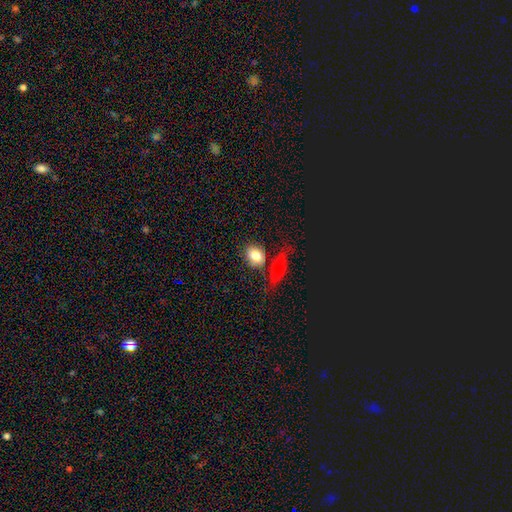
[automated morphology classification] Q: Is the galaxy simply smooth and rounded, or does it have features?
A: smooth — 79%.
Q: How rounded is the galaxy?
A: in between — 54%.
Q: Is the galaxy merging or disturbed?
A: none — 63%.